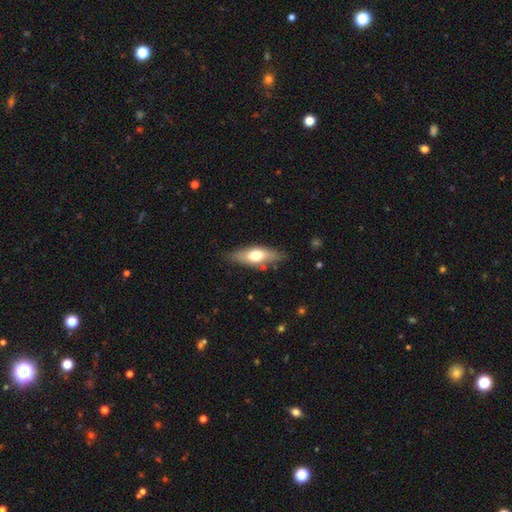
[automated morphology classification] Smooth or featured?
  - smooth: 59% *
  - featured or disk: 35%
  - star or artifact: 6%
How rounded?
  - in between: 64% *
  - cigar-shaped: 33%
  - round: 3%
Merging?
  - none: 81% *
  - minor disturbance: 14%
  - major disturbance: 3%
  - merger: 2%